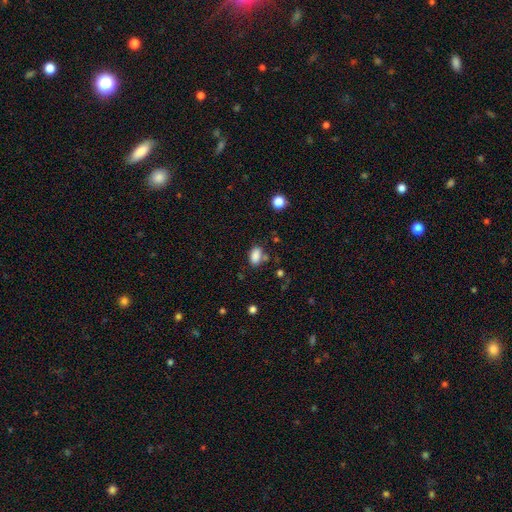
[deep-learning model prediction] Q: Smooth or featured?
A: smooth (85%); runner-up: star or artifact (10%)
Q: How rounded?
A: in between (89%); runner-up: round (9%)
Q: Merging?
A: none (68%); runner-up: minor disturbance (17%)